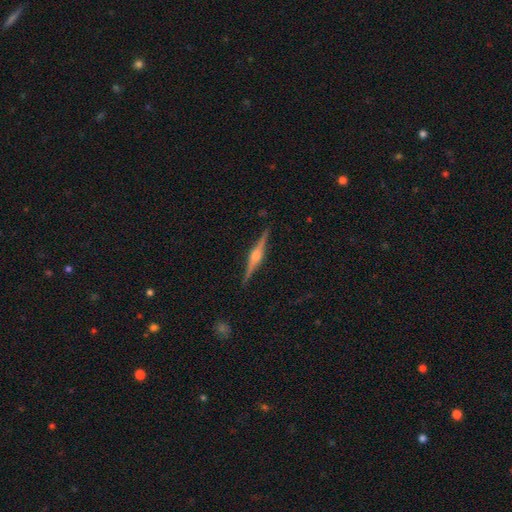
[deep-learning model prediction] Smooth or featured?
  - featured or disk: 85% *
  - smooth: 9%
  - star or artifact: 6%
Edge-on disk?
  - yes: 99% *
  - no: 1%
Edge-on bulge?
  - rounded: 89% *
  - boxy: 8%
  - none: 3%
Merging?
  - none: 91% *
  - minor disturbance: 6%
  - major disturbance: 1%
  - merger: 1%